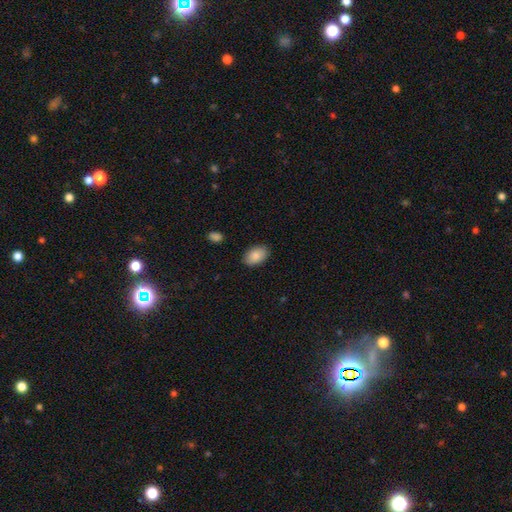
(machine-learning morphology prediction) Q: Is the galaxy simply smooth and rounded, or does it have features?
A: smooth — 87%.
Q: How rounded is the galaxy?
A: in between — 90%.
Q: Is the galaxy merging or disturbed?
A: none — 87%.